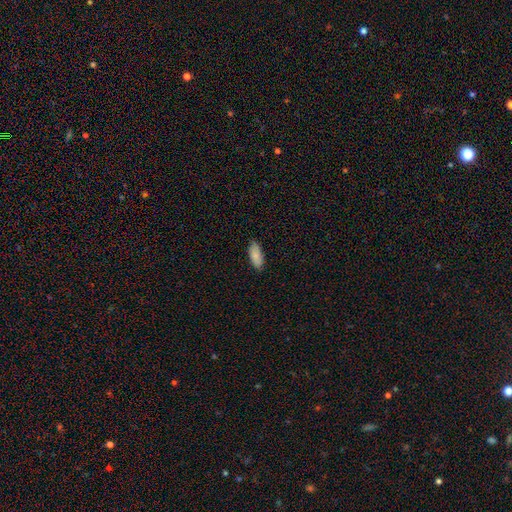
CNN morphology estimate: A smooth galaxy with no disk features (86%) that is in between round and cigar-shaped (86%).

Vote fractions:
- Smooth or featured? smooth: 86% / featured or disk: 8% / star or artifact: 6%
- How rounded? in between: 86% / cigar-shaped: 13% / round: 2%
- Merging? none: 84% / minor disturbance: 13% / major disturbance: 2% / merger: 1%